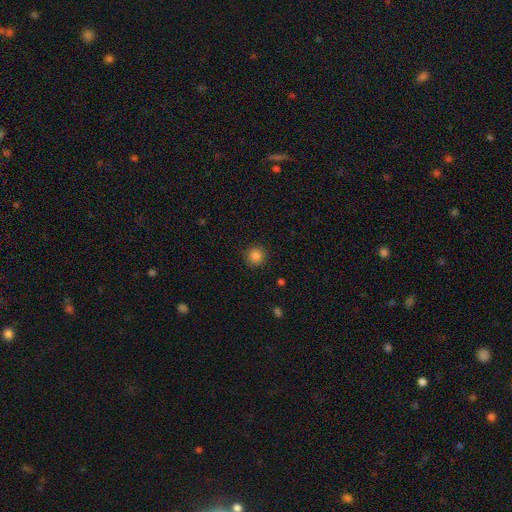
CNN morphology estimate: smooth 85%, star or artifact 11%, featured or disk 4%. Down the decision tree: how rounded — round (94%); merging — none (91%).